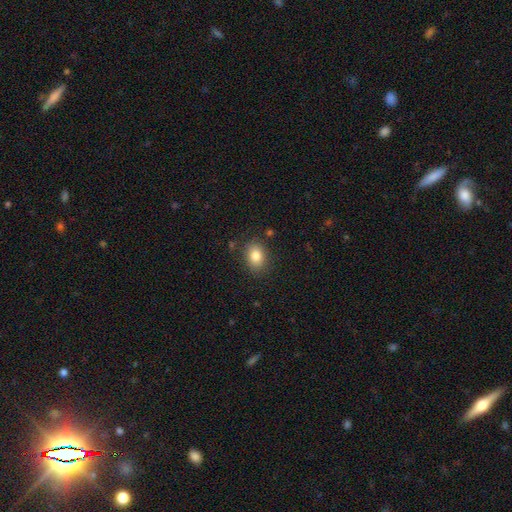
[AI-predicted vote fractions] Smooth or featured? Predicted: smooth (p=0.83). How rounded? Predicted: in between (p=0.66). Merging? Predicted: none (p=0.83).